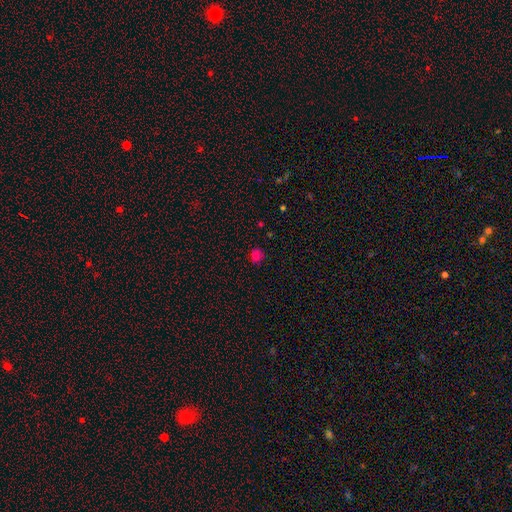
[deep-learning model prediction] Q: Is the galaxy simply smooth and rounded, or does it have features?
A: smooth — 76%.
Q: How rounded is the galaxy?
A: round — 79%.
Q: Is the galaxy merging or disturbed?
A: none — 84%.